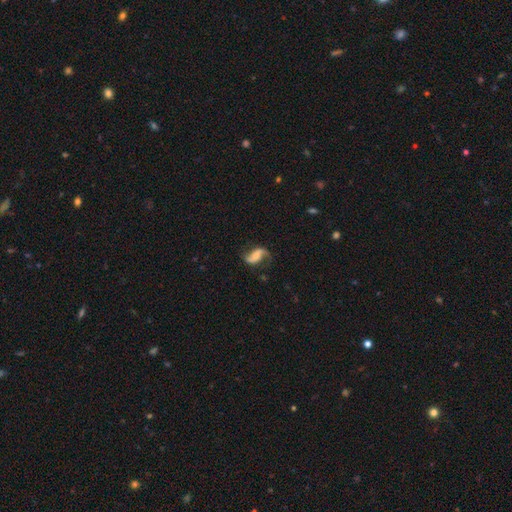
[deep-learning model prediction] Smooth or featured?
  - featured or disk: 80% *
  - smooth: 13%
  - star or artifact: 7%
Edge-on disk?
  - no: 97% *
  - yes: 3%
Bar?
  - no: 42% *
  - weak: 36%
  - strong: 23%
Spiral arms?
  - yes: 95% *
  - no: 5%
Spiral winding?
  - loose: 72% *
  - medium: 22%
  - tight: 6%
Spiral arm count?
  - 2: 90% *
  - 1: 4%
  - can't tell: 2%
  - 3: 1%
  - 4: 1%
  - more than 4: 1%
Bulge size?
  - small: 44% *
  - moderate: 34%
  - none: 15%
  - large: 6%
  - dominant: 2%
Merging?
  - none: 70% *
  - minor disturbance: 18%
  - major disturbance: 10%
  - merger: 2%